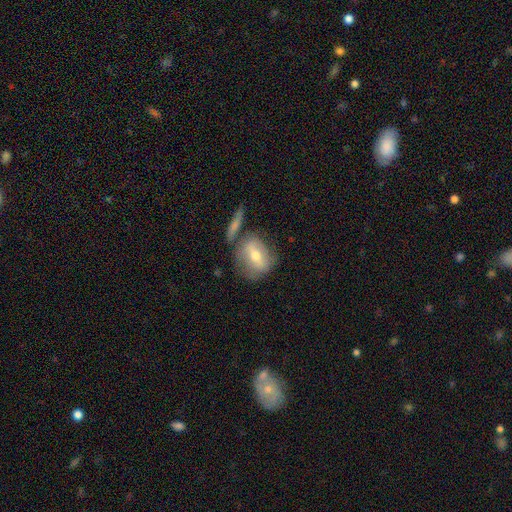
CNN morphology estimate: Q: Smooth or featured?
A: smooth (47%); runner-up: featured or disk (46%)
Q: Merging?
A: none (53%); runner-up: merger (21%)